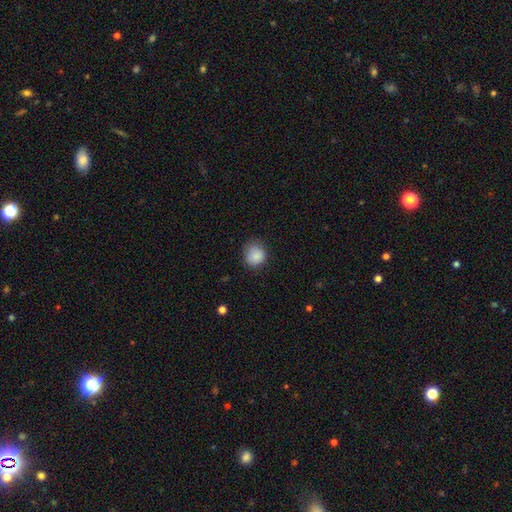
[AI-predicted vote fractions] Overall: smooth (85%). How rounded: round (81%). Merging: none (73%).